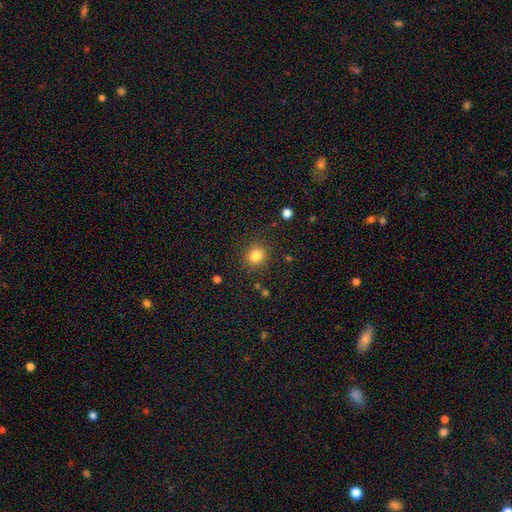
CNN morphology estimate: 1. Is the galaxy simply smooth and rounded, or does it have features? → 82% smooth, 12% star or artifact, 6% featured or disk.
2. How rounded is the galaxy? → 84% round, 16% in between, 1% cigar-shaped.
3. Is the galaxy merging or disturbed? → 87% none, 8% minor disturbance, 3% major disturbance, 2% merger.